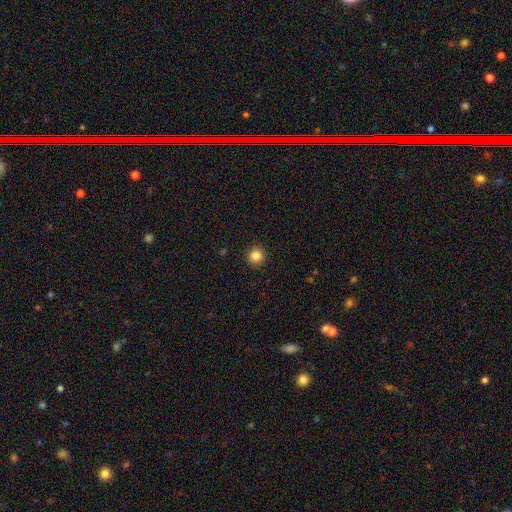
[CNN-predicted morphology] This appears to be a smooth galaxy with no disk features (85%) that is round (94%). Merging: none (92%).